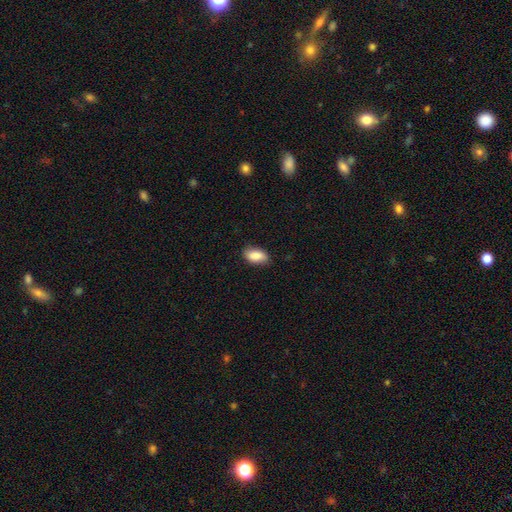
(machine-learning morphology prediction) This is clearly a smooth galaxy (87%). How rounded: clearly in between (92%). Merging: clearly none (83%).